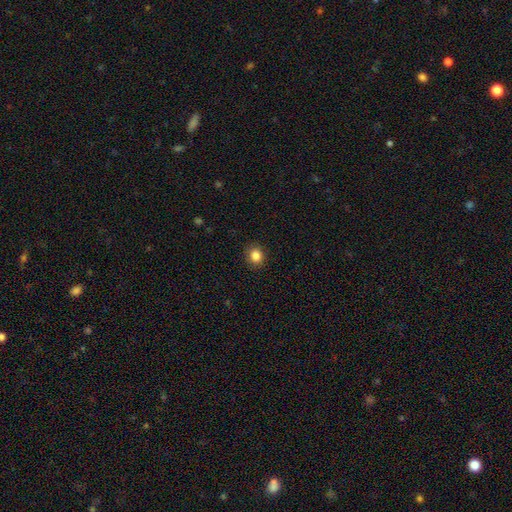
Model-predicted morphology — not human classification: Smooth or featured?
  - smooth: 85% *
  - star or artifact: 10%
  - featured or disk: 4%
How rounded?
  - round: 73% *
  - in between: 26%
  - cigar-shaped: 1%
Merging?
  - none: 89% *
  - minor disturbance: 7%
  - major disturbance: 2%
  - merger: 1%